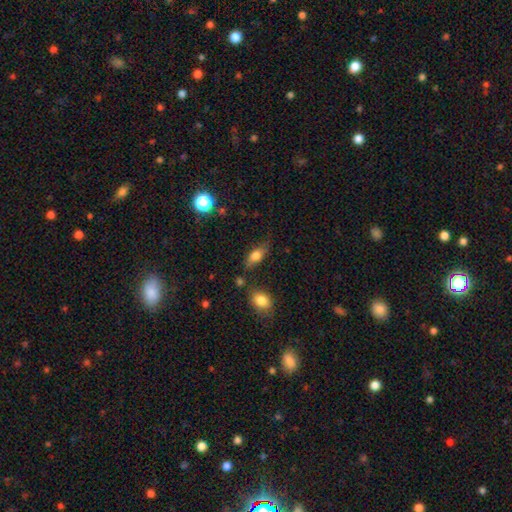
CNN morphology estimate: The model was most divided on "merging": none: 67%, minor disturbance: 22%, major disturbance: 6%, merger: 5%. More confident: how rounded — in between (79%); smooth or featured — smooth (72%).